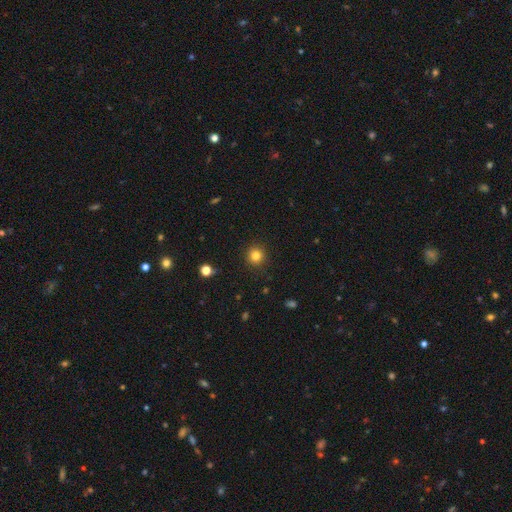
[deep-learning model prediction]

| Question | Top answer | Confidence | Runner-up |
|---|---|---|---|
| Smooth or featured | smooth | 82% | star or artifact (13%) |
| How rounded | round | 94% | in between (5%) |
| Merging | none | 92% | minor disturbance (5%) |